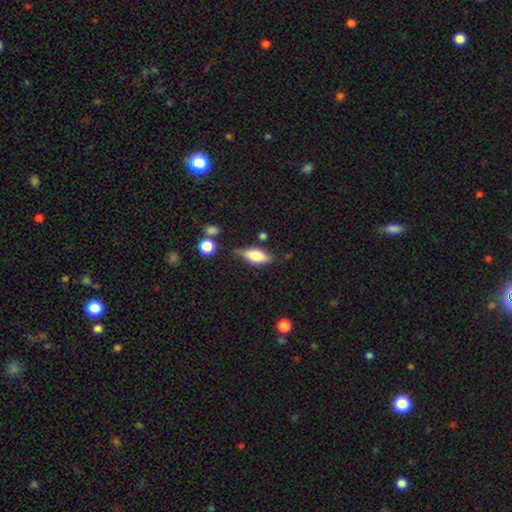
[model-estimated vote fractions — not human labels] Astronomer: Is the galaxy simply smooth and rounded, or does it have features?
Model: smooth — 62%.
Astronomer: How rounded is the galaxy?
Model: in between — 76%.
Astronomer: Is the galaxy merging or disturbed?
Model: none — 69%.